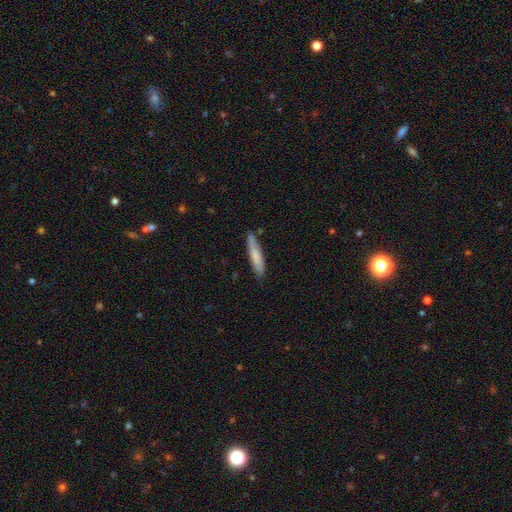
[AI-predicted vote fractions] smooth-or-featured: smooth: 73% | featured or disk: 22% | star or artifact: 6%
  how-rounded: cigar-shaped: 84% | in between: 15% | round: 1%
  merging: none: 78% | minor disturbance: 17% | major disturbance: 3% | merger: 2%